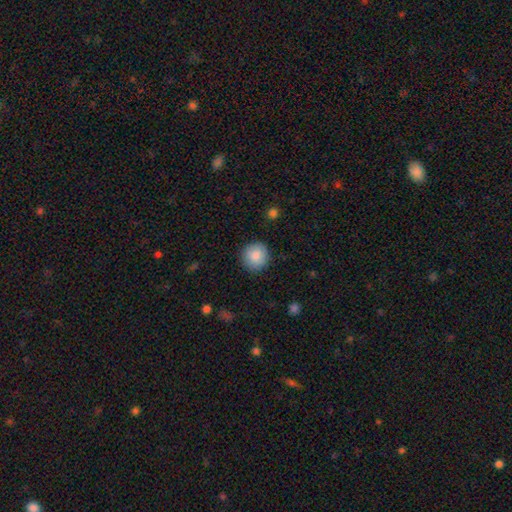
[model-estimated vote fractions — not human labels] Morphology: type=smooth (87%); roundness=round (91%); merging=none (89%).